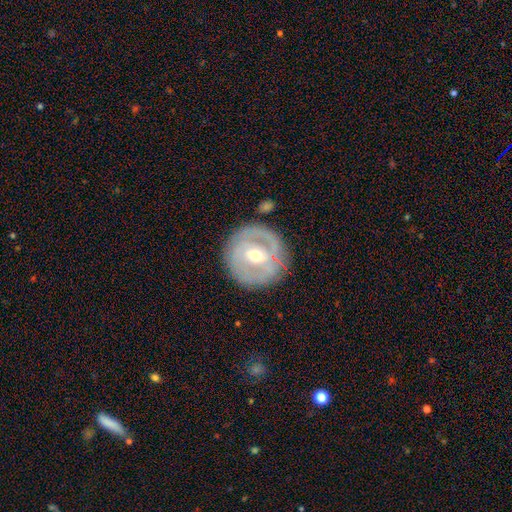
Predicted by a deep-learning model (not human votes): Overall: featured or disk (65%; smooth 29%). Edge-on disk: no (95%). Bar: weak (45%; no 32%). Spiral arms: no (54%; yes 46%). Bulge size: moderate (72%). Merging: none (82%).